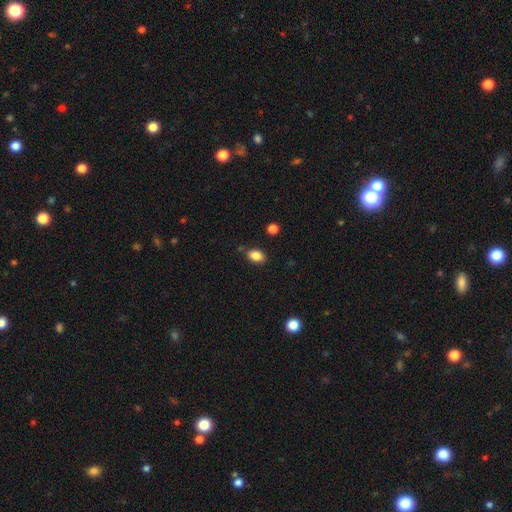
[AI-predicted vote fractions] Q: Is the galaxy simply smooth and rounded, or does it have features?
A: smooth — 85%.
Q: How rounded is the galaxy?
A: in between — 84%.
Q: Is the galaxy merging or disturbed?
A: none — 78%.